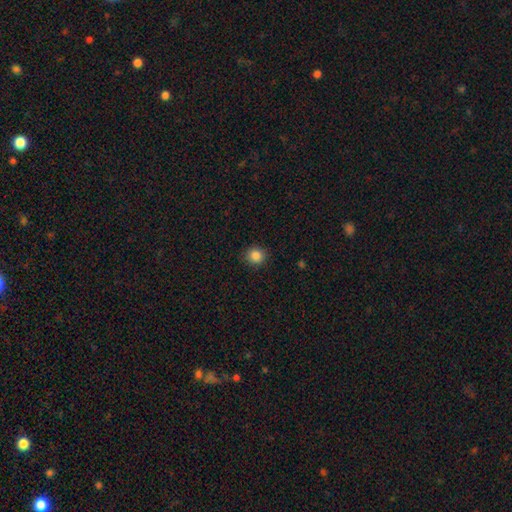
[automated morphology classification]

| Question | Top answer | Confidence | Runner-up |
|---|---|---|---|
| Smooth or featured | smooth | 85% | star or artifact (11%) |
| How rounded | round | 89% | in between (10%) |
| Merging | none | 90% | minor disturbance (7%) |